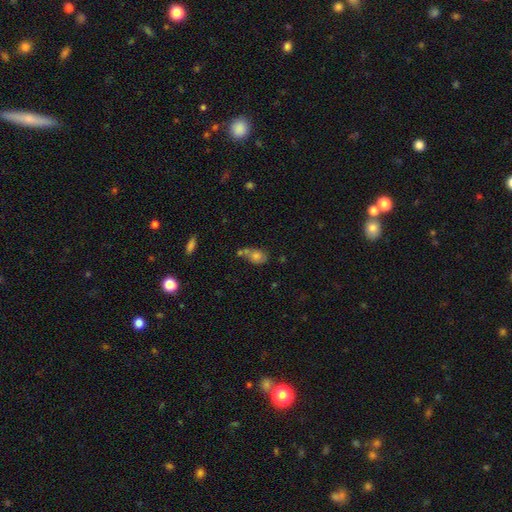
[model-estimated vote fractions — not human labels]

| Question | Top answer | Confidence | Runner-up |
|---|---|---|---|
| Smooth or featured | smooth | 64% | featured or disk (19%) |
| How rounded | in between | 63% | round (33%) |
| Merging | none | 43% | merger (32%) |